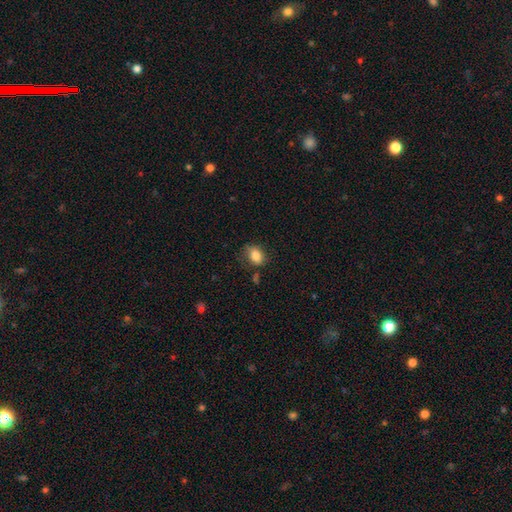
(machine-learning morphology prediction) This appears to be a smooth galaxy with no disk features (82%) that is in between round and cigar-shaped (70%). Merging: none (63%).